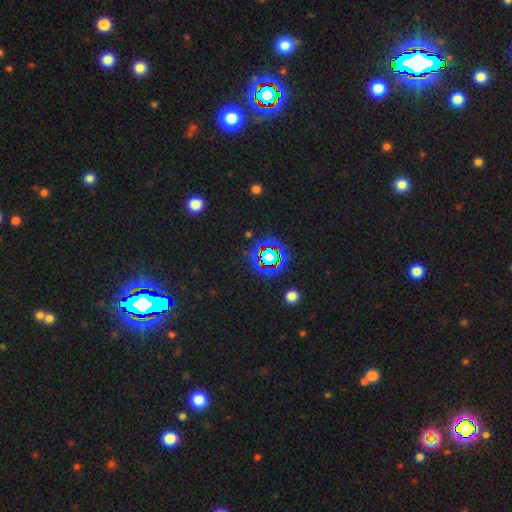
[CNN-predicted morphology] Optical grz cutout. It shows a star or artifact, not a galaxy (76%).